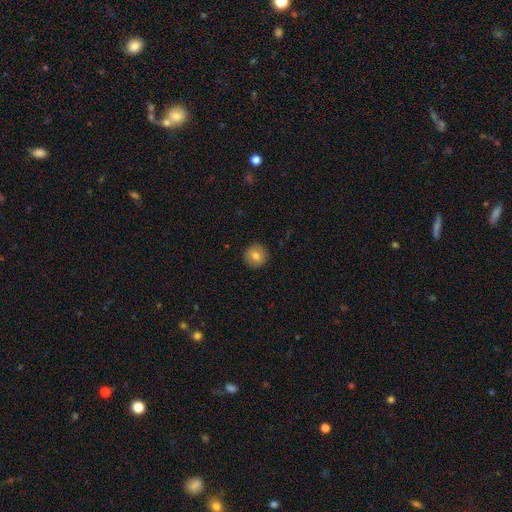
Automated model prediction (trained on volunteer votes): Q: Smooth or featured?
A: smooth (77%); runner-up: featured or disk (14%)
Q: How rounded?
A: round (94%); runner-up: in between (5%)
Q: Merging?
A: none (92%); runner-up: minor disturbance (6%)